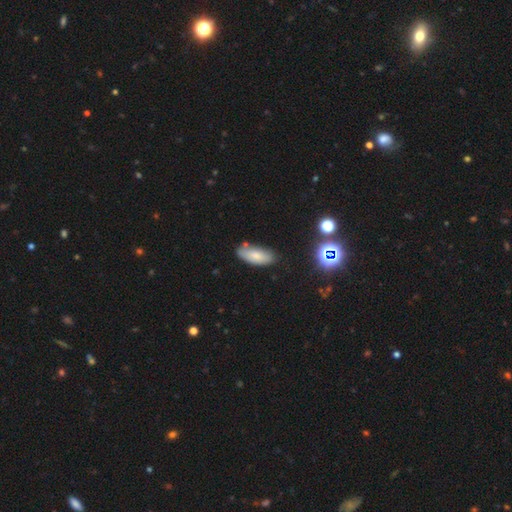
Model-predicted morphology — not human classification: This appears to be a smooth galaxy with no disk features (75%) that is in between round and cigar-shaped (84%). Merging: none (74%).